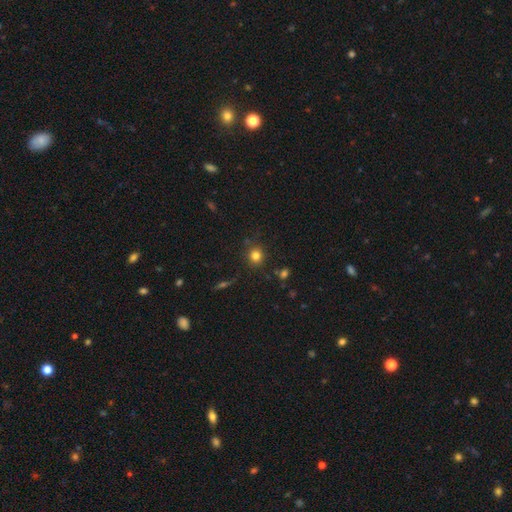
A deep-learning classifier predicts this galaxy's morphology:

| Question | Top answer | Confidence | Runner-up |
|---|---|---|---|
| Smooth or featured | smooth | 81% | star or artifact (13%) |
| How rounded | round | 89% | in between (10%) |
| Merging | none | 85% | minor disturbance (9%) |